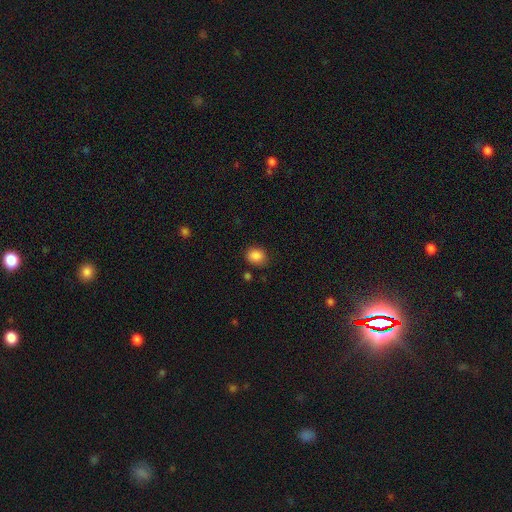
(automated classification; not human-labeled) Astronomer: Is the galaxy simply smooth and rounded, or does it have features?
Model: smooth — 87%.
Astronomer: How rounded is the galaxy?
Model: round — 60% (runner-up: in between, 39%).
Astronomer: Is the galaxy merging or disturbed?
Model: none — 80%.